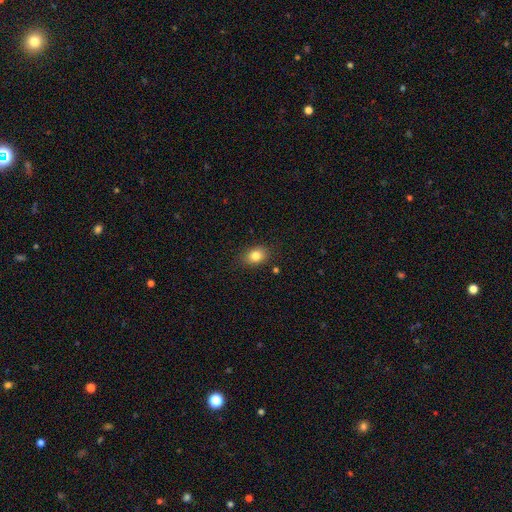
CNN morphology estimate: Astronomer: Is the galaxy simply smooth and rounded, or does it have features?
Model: smooth — 83%.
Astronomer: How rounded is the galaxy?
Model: in between — 66%.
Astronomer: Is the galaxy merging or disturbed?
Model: none — 84%.